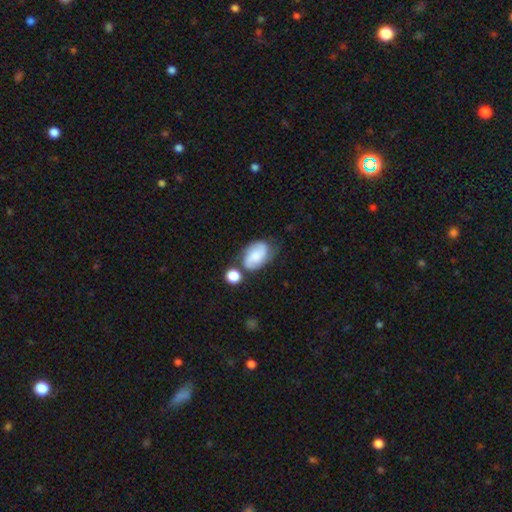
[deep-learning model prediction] smooth-or-featured: smooth: 52% | featured or disk: 39% | star or artifact: 9%
  how-rounded: in between: 88% | round: 10% | cigar-shaped: 2%
  merging: none: 50% | minor disturbance: 24% | merger: 16% | major disturbance: 9%